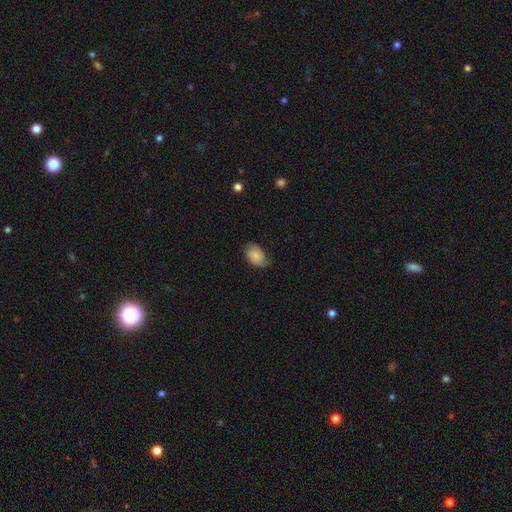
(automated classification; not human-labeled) smooth_or_featured: smooth (p=0.67) [alt: featured or disk p=0.25]
how_rounded: in between (p=0.86) [alt: round p=0.13]
merging: none (p=0.63) [alt: minor disturbance p=0.28]